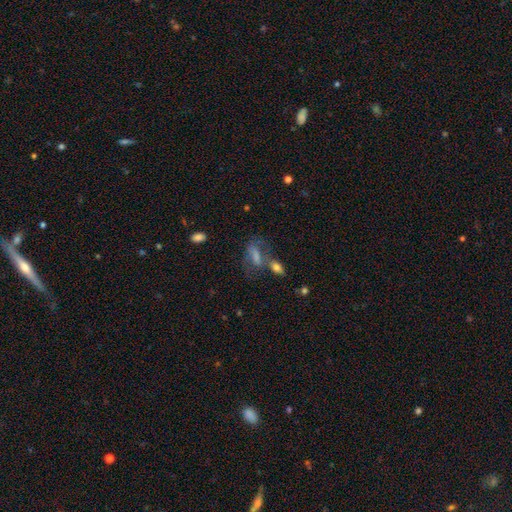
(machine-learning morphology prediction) This is marginally a smooth galaxy (42%). Merging: marginally none (41%).